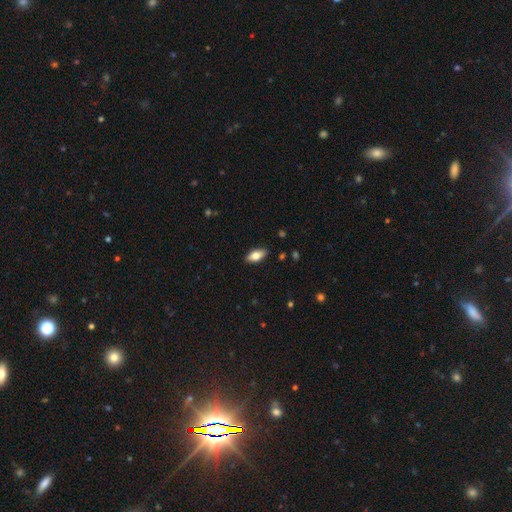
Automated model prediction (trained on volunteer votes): A smooth galaxy with no disk features (76%) that is in between round and cigar-shaped (86%). Merging: none (88%).